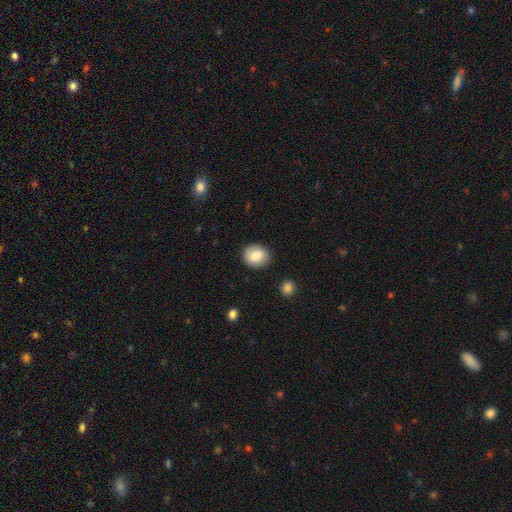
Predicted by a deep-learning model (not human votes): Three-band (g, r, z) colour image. It shows a smooth galaxy with no disk features (82%) that is round (61%). Merging: none (83%).